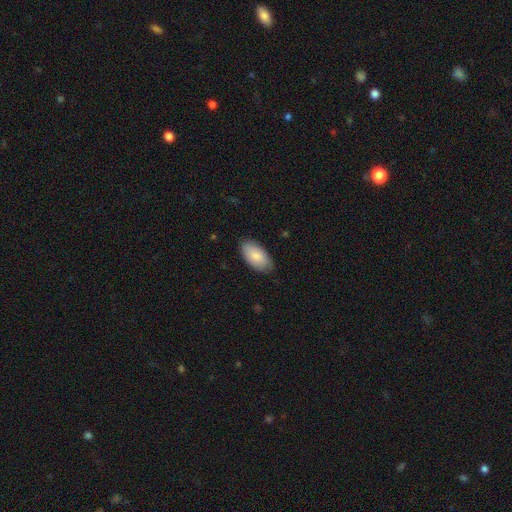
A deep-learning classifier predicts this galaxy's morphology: smooth 84%, featured or disk 11%, star or artifact 6%. Down the decision tree: how rounded — in between (95%); merging — none (83%).